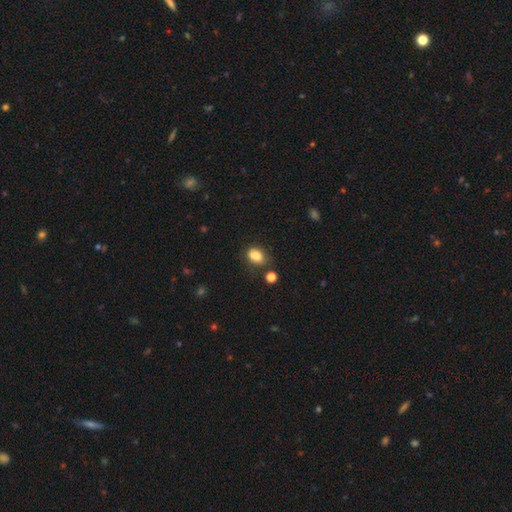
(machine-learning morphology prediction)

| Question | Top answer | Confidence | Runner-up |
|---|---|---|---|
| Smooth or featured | smooth | 83% | star or artifact (10%) |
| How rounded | in between | 72% | round (27%) |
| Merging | none | 67% | minor disturbance (21%) |